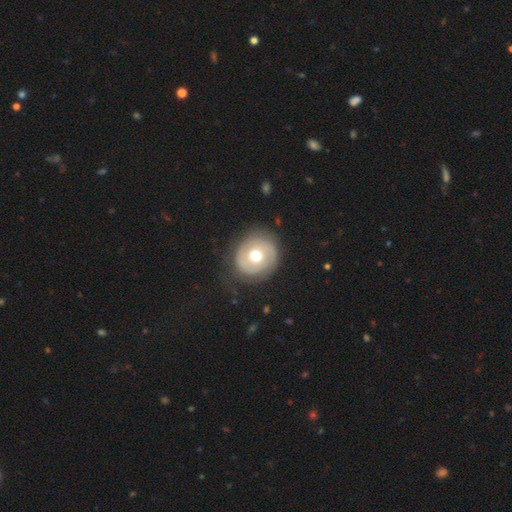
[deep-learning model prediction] Smooth or featured? smooth (50%)
Merging? none (74%)